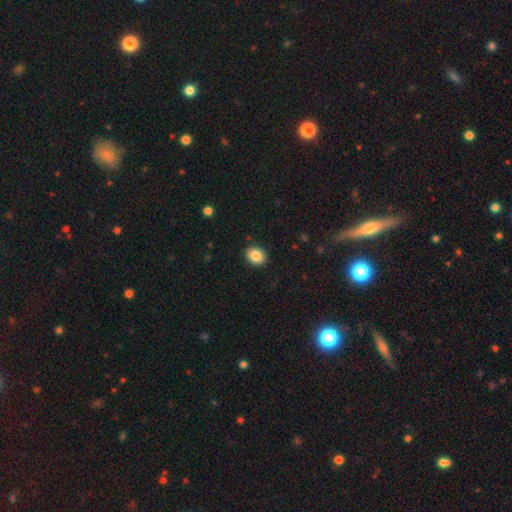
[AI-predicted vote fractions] This appears to be a smooth galaxy with no disk features (86%) that is in between round and cigar-shaped (57%). Merging: none (90%).